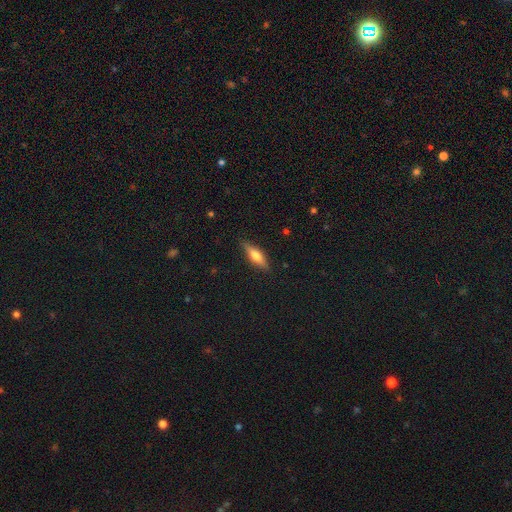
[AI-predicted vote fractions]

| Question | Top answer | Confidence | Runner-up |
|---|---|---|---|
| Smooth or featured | smooth | 54% | featured or disk (39%) |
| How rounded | cigar-shaped | 58% | in between (40%) |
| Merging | none | 85% | minor disturbance (11%) |